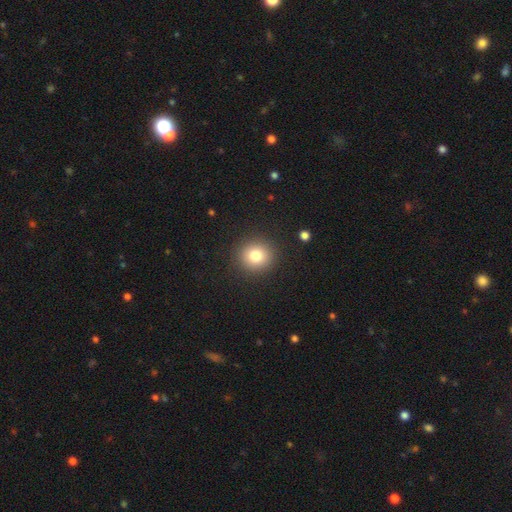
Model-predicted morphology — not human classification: Q: Smooth or featured?
A: smooth (80%); runner-up: star or artifact (11%)
Q: How rounded?
A: round (89%); runner-up: in between (10%)
Q: Merging?
A: none (90%); runner-up: minor disturbance (6%)